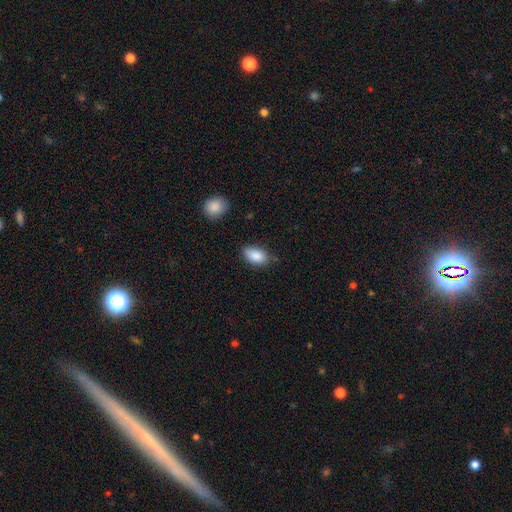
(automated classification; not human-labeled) Smooth or featured? Predicted: smooth (p=0.88). How rounded? Predicted: in between (p=0.92). Merging? Predicted: none (p=0.75).